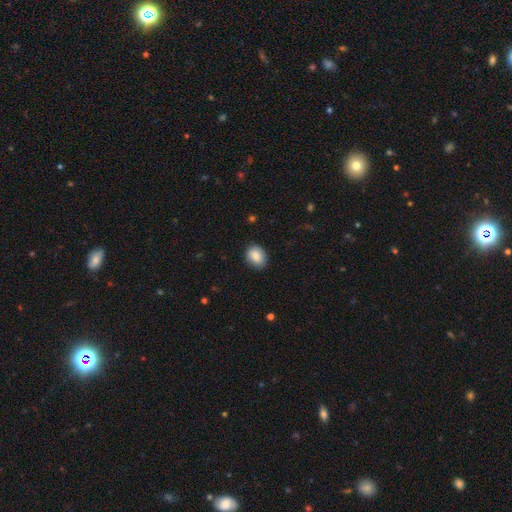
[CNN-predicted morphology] The model was most divided on "how rounded": in between: 66%, round: 33%, cigar-shaped: 1%. More confident: smooth or featured — smooth (86%); merging — none (83%).